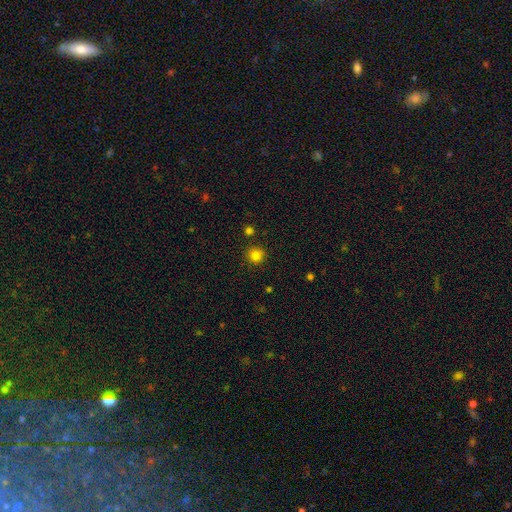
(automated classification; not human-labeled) smooth_or_featured: smooth (p=0.81) [alt: star or artifact p=0.14]
how_rounded: round (p=0.93) [alt: in between p=0.06]
merging: none (p=0.88) [alt: minor disturbance p=0.07]